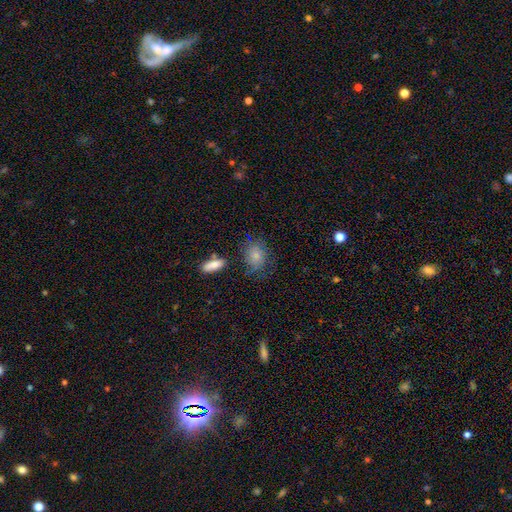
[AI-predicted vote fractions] Morphology: type=smooth (76%); roundness=round (50%); merging=none (63%).